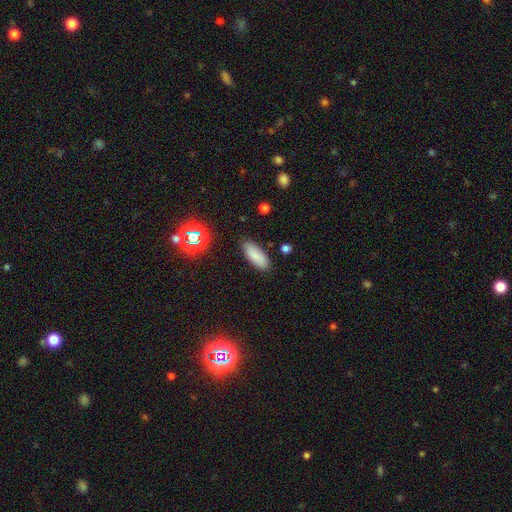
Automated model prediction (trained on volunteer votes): This appears to be a smooth galaxy with no disk features (83%) that is in between round and cigar-shaped (76%). Merging: none (86%).